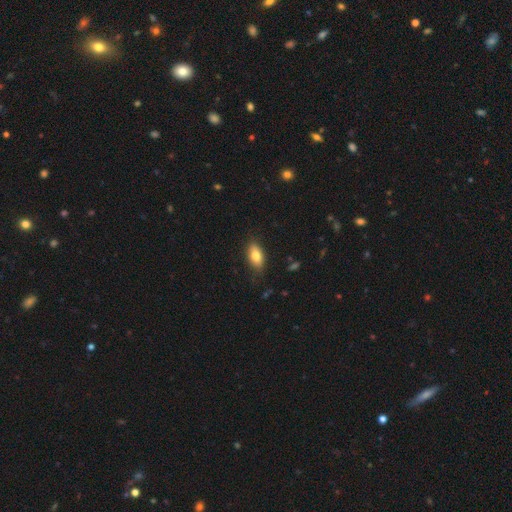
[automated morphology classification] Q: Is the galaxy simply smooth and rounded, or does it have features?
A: smooth — 78%.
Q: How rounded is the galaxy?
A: in between — 88%.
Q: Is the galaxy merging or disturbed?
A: none — 81%.